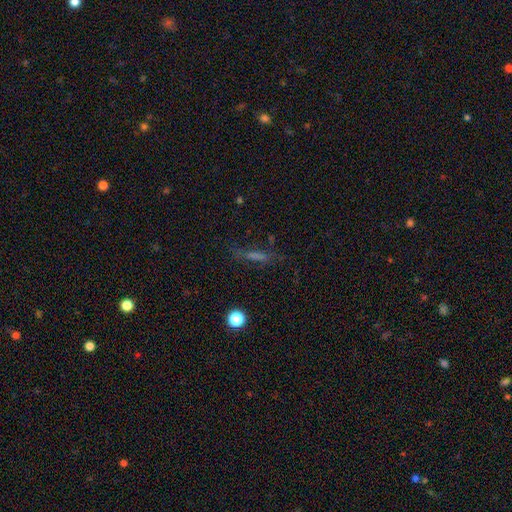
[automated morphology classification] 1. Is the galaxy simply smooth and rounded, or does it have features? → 46% smooth, 32% featured or disk, 23% star or artifact.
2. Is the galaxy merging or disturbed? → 72% none, 16% minor disturbance, 9% major disturbance, 3% merger.